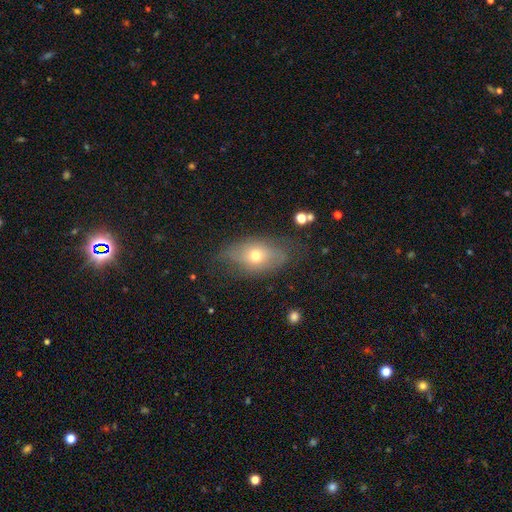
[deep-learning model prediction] smooth-or-featured: smooth: 58% | featured or disk: 31% | star or artifact: 11%
  how-rounded: in between: 83% | round: 14% | cigar-shaped: 4%
  merging: none: 64% | minor disturbance: 24% | major disturbance: 11% | merger: 2%